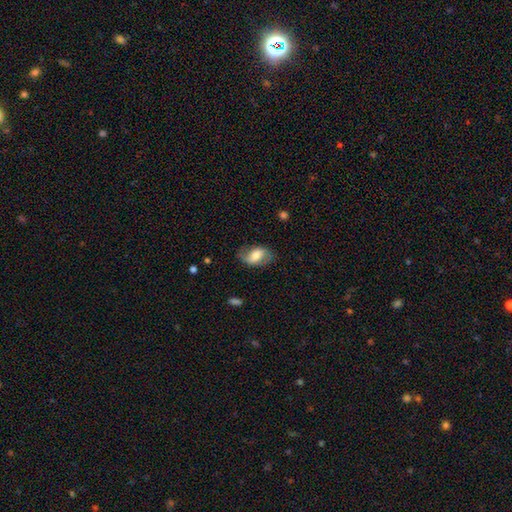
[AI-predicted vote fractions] featured or disk 51%, smooth 42%, star or artifact 7%. Down the decision tree: edge-on disk — no (95%); merging — none (69%).